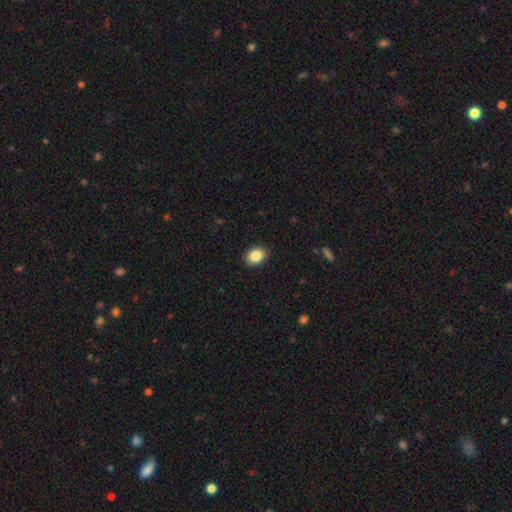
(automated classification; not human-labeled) Smooth or featured: smooth — 87% (star or artifact — 9%)
How rounded: in between — 58% (round — 41%)
Merging: none — 90% (minor disturbance — 7%)